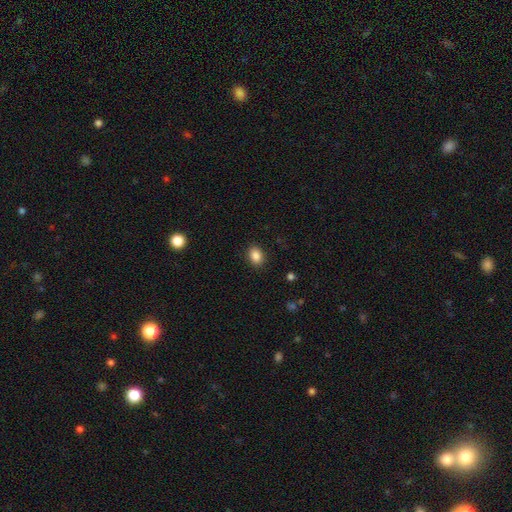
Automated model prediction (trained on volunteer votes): Smooth or featured?
  - smooth: 87% *
  - star or artifact: 9%
  - featured or disk: 4%
How rounded?
  - in between: 69% *
  - round: 30%
  - cigar-shaped: 1%
Merging?
  - none: 89% *
  - minor disturbance: 8%
  - major disturbance: 2%
  - merger: 1%